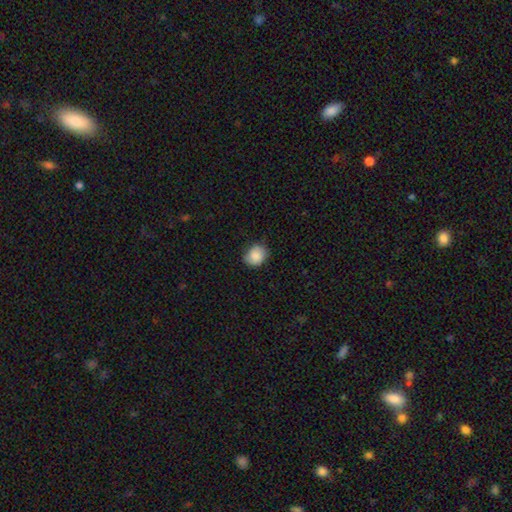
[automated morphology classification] smooth-or-featured: smooth: 85% | star or artifact: 8% | featured or disk: 7%
  how-rounded: round: 61% | in between: 38% | cigar-shaped: 1%
  merging: none: 78% | minor disturbance: 18% | major disturbance: 3% | merger: 1%